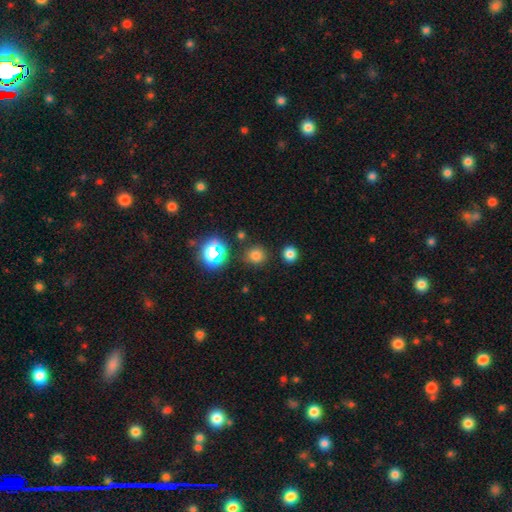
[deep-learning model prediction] Smooth or featured?
  - smooth: 72% *
  - star or artifact: 23%
  - featured or disk: 5%
How rounded?
  - round: 89% *
  - in between: 10%
  - cigar-shaped: 1%
Merging?
  - none: 85% *
  - minor disturbance: 8%
  - merger: 4%
  - major disturbance: 3%